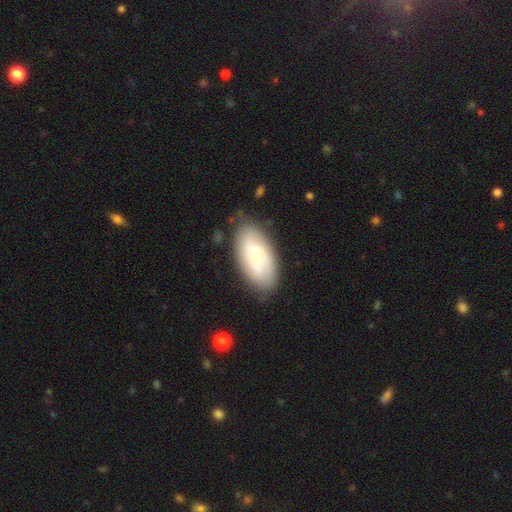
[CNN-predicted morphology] smooth-or-featured: smooth: 56% | featured or disk: 37% | star or artifact: 8%
  how-rounded: in between: 92% | cigar-shaped: 5% | round: 3%
  merging: none: 76% | minor disturbance: 18% | major disturbance: 5% | merger: 2%